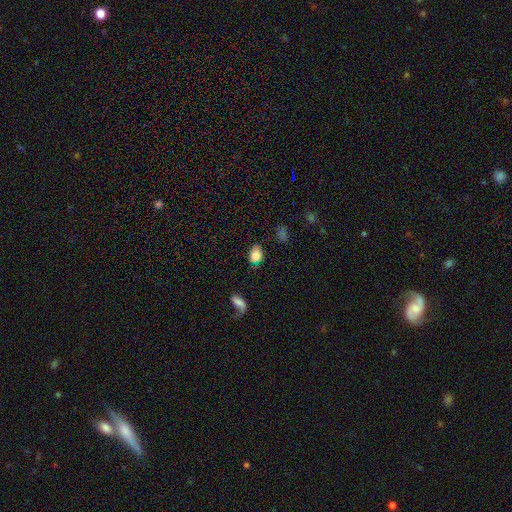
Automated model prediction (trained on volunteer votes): Smooth or featured: smooth — 79% (featured or disk — 12%)
How rounded: in between — 71% (round — 27%)
Merging: none — 70% (minor disturbance — 20%)